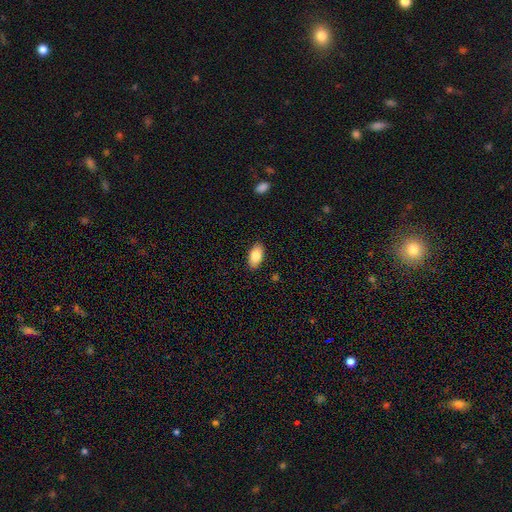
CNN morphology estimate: Overall: smooth (83%). How rounded: in between (93%). Merging: none (88%).